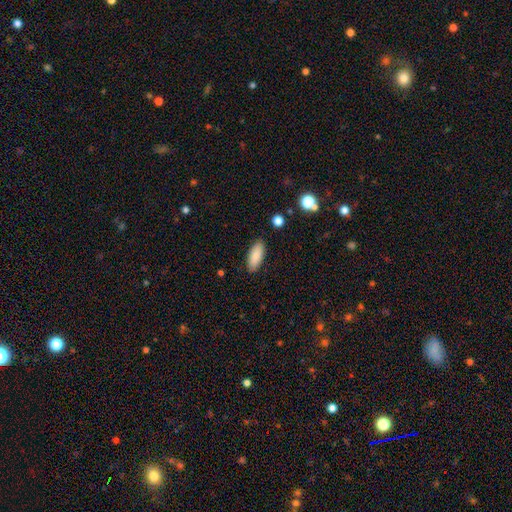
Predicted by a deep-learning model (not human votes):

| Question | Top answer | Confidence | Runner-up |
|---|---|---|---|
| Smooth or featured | smooth | 88% | star or artifact (6%) |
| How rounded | in between | 78% | cigar-shaped (20%) |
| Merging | none | 88% | minor disturbance (8%) |